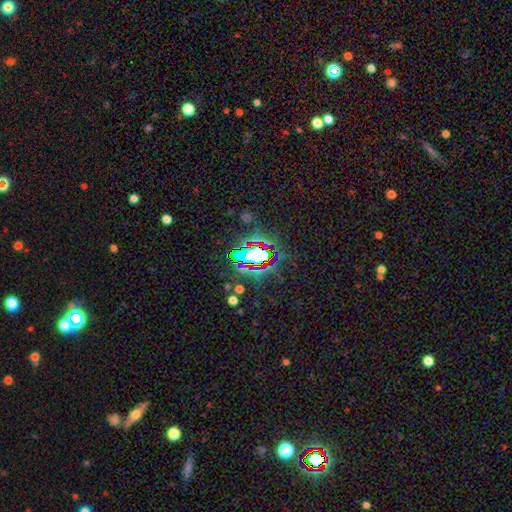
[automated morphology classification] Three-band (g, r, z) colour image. It shows a star or artifact, not a galaxy (66%).